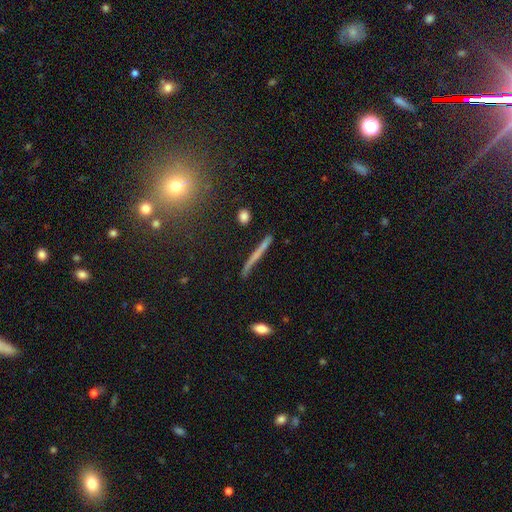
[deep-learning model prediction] This appears to be a smooth galaxy with no disk features (46%). Merging: none (83%).